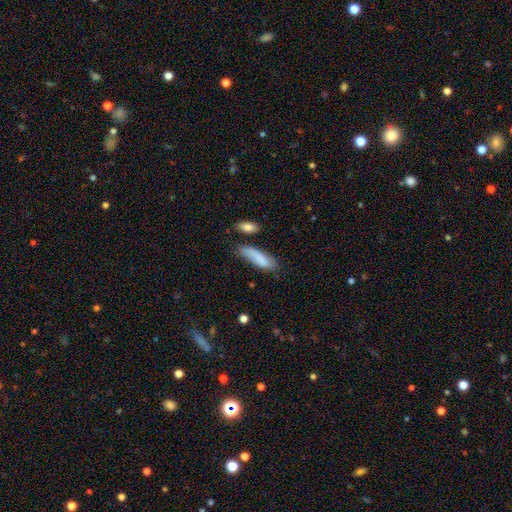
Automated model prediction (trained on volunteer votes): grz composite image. It shows a smooth galaxy with no disk features (80%) that is cigar-shaped (52%). Merging: none (57%).